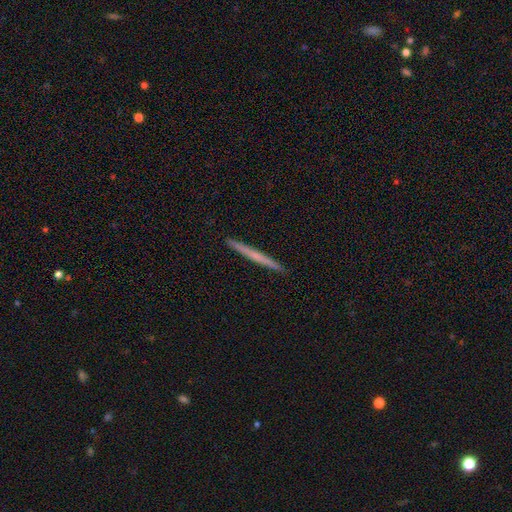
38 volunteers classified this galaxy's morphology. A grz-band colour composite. It shows a featured or disk galaxy (53%) viewed edge-on (100%) with no central bulge (70%). Merging: none (89%).